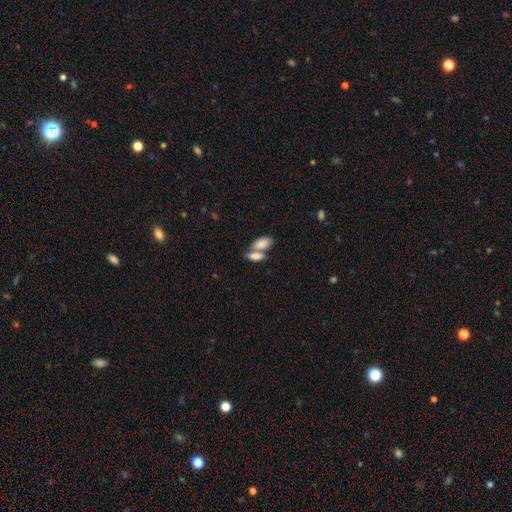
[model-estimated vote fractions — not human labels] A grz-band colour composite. It shows a smooth galaxy with no disk features (82%) that is in between round and cigar-shaped (89%). Merging: merger (59%).